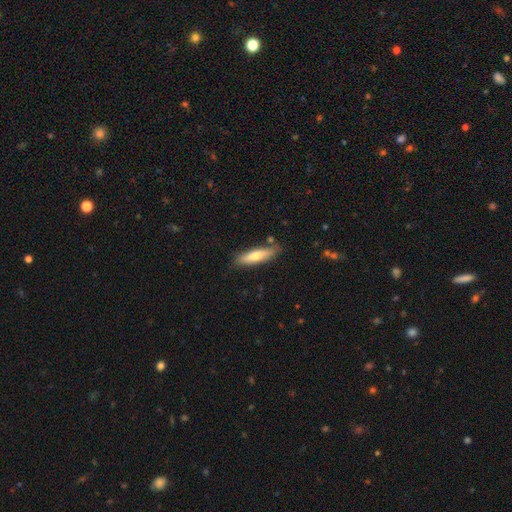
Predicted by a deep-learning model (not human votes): A smooth galaxy with no disk features (66%) that is cigar-shaped (72%).

Vote fractions:
- Smooth or featured? smooth: 66% / featured or disk: 28% / star or artifact: 6%
- How rounded? cigar-shaped: 72% / in between: 27% / round: 2%
- Merging? none: 81% / minor disturbance: 14% / merger: 3% / major disturbance: 3%